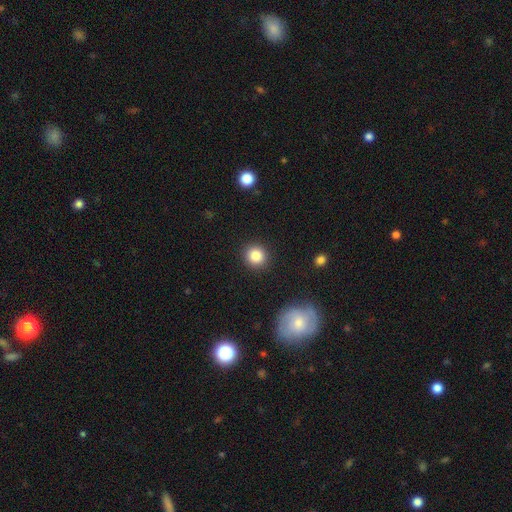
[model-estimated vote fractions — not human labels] This is clearly a smooth galaxy (86%). How rounded: clearly round (91%). Merging: clearly none (91%).